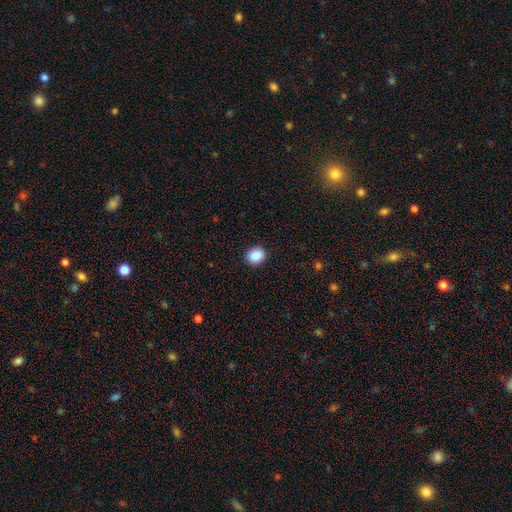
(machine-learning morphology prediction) Smooth or featured?
  - smooth: 88% *
  - star or artifact: 9%
  - featured or disk: 3%
How rounded?
  - round: 66% *
  - in between: 33%
  - cigar-shaped: 1%
Merging?
  - none: 91% *
  - minor disturbance: 6%
  - major disturbance: 2%
  - merger: 1%